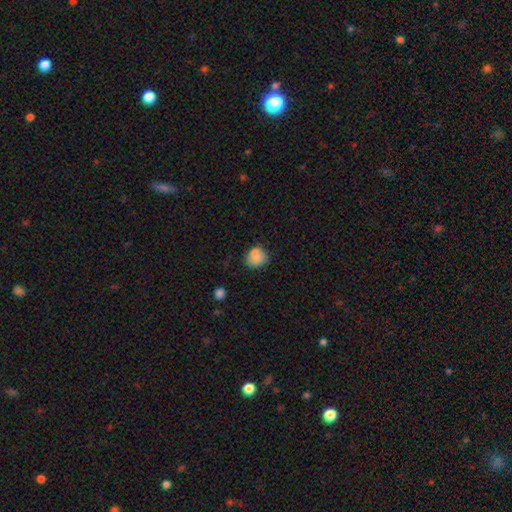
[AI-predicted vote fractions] The model was most divided on "merging": none: 59%, minor disturbance: 20%, merger: 15%, major disturbance: 6%. More confident: smooth or featured — smooth (77%); how rounded — round (73%).